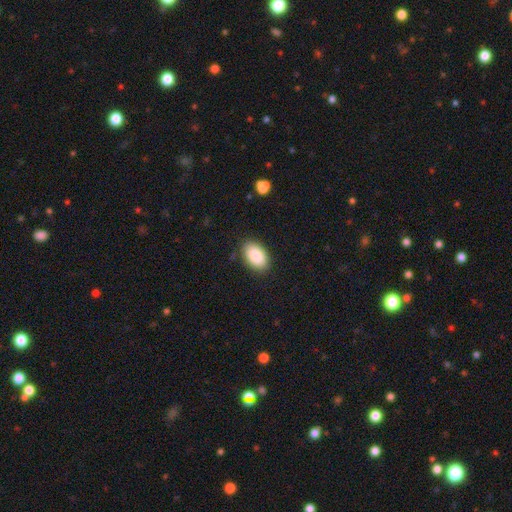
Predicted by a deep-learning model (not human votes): This appears to be a smooth galaxy with no disk features (89%) that is in between round and cigar-shaped (93%). Merging: none (86%).